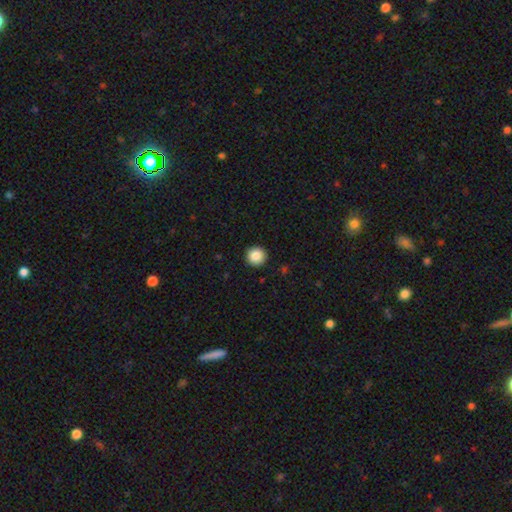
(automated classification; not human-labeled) smooth_or_featured: smooth (p=0.86) [alt: star or artifact p=0.09]
how_rounded: round (p=0.95) [alt: in between p=0.04]
merging: none (p=0.93) [alt: minor disturbance p=0.04]